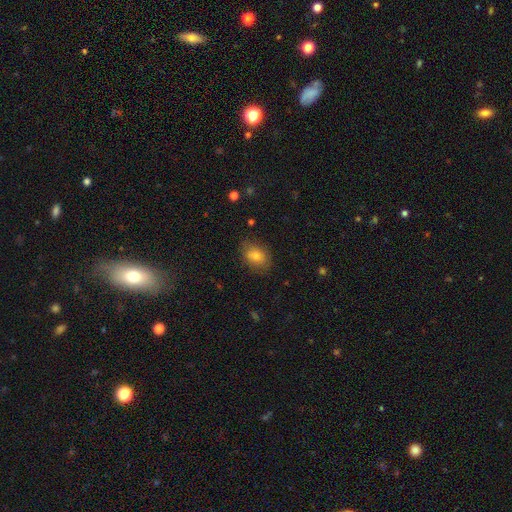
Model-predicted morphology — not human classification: Q: Smooth or featured?
A: smooth (77%); runner-up: featured or disk (13%)
Q: How rounded?
A: in between (73%); runner-up: round (25%)
Q: Merging?
A: none (80%); runner-up: minor disturbance (15%)